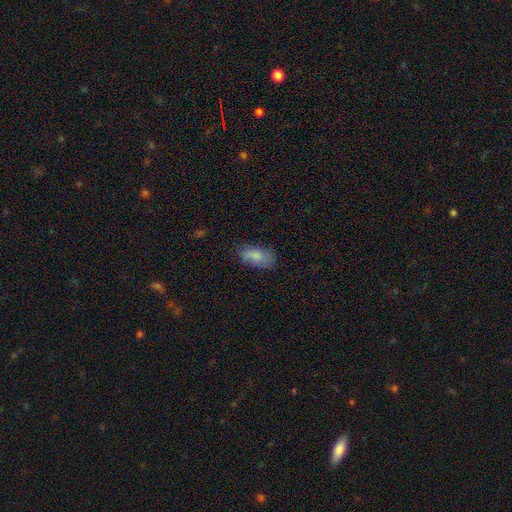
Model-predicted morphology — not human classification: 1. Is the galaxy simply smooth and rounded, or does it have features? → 83% smooth, 9% featured or disk, 8% star or artifact.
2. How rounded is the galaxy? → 91% in between, 5% cigar-shaped, 3% round.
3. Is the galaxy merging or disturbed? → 71% none, 21% minor disturbance, 6% major disturbance, 2% merger.